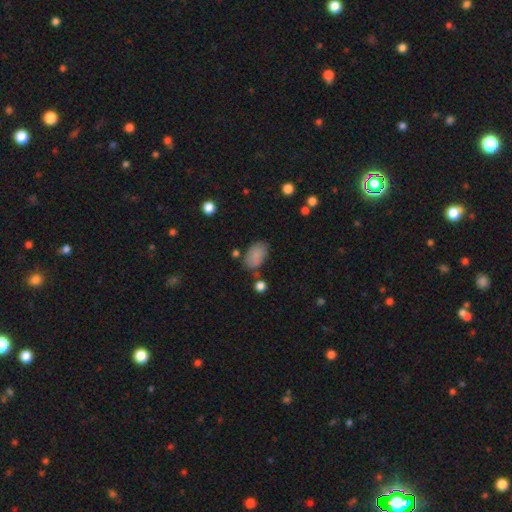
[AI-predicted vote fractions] smooth_or_featured: smooth (p=0.83) [alt: star or artifact p=0.09]
how_rounded: in between (p=0.91) [alt: round p=0.07]
merging: none (p=0.66) [alt: minor disturbance p=0.21]